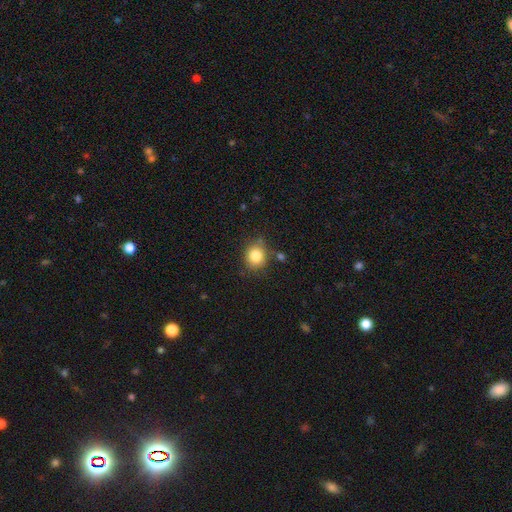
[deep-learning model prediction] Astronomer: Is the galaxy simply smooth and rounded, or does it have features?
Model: smooth — 82%.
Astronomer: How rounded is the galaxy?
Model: round — 78%.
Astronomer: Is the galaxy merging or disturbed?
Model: none — 80%.